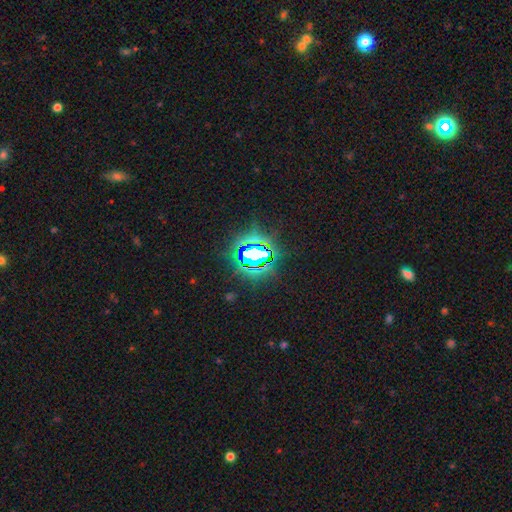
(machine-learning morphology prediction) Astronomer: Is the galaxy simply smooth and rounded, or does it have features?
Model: star or artifact — 78%.